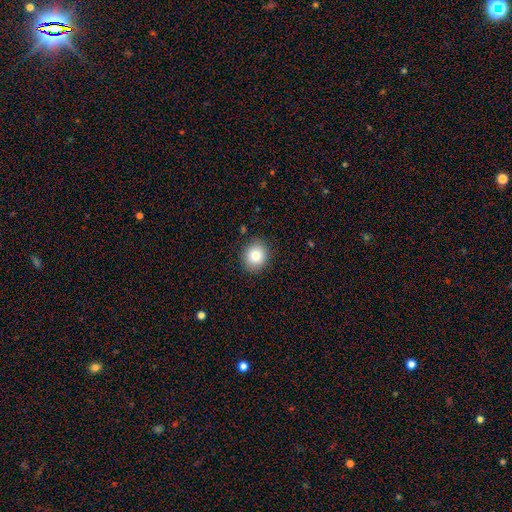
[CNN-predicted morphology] Q: Smooth or featured?
A: smooth (80%); runner-up: star or artifact (10%)
Q: How rounded?
A: round (78%); runner-up: in between (21%)
Q: Merging?
A: none (88%); runner-up: minor disturbance (8%)